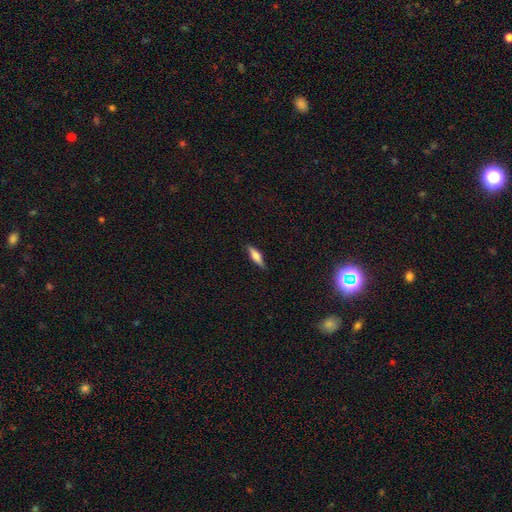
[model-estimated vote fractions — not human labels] smooth-or-featured: smooth: 61% | featured or disk: 32% | star or artifact: 7%
  how-rounded: cigar-shaped: 64% | in between: 34% | round: 2%
  merging: none: 86% | minor disturbance: 11% | major disturbance: 2% | merger: 1%